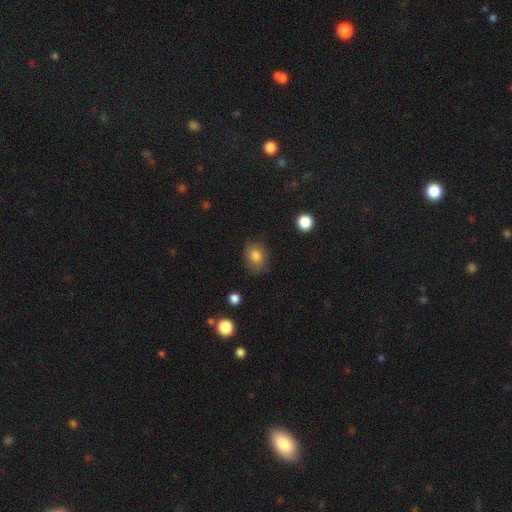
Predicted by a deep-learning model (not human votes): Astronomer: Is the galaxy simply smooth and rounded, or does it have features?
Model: smooth — 81%.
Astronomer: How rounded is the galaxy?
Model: in between — 60% (runner-up: round, 39%).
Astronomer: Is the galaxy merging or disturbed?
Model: none — 73%.